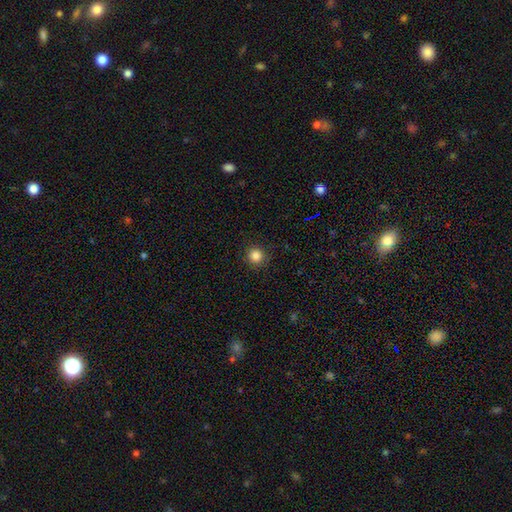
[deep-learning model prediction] Smooth or featured? Predicted: smooth (p=0.84). How rounded? Predicted: round (p=0.95). Merging? Predicted: none (p=0.91).